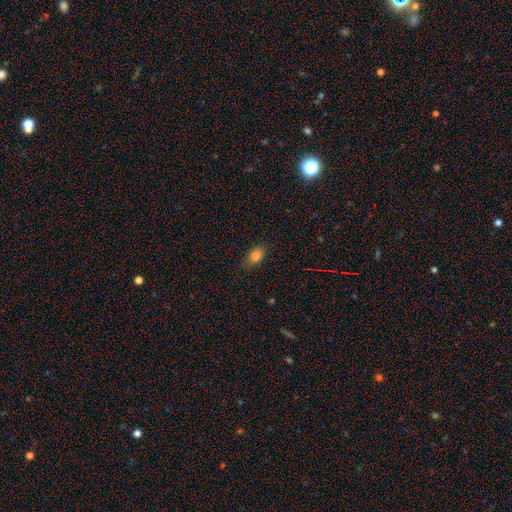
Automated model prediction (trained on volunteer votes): Smooth or featured? Predicted: smooth (p=0.82). How rounded? Predicted: in between (p=0.85). Merging? Predicted: none (p=0.79).